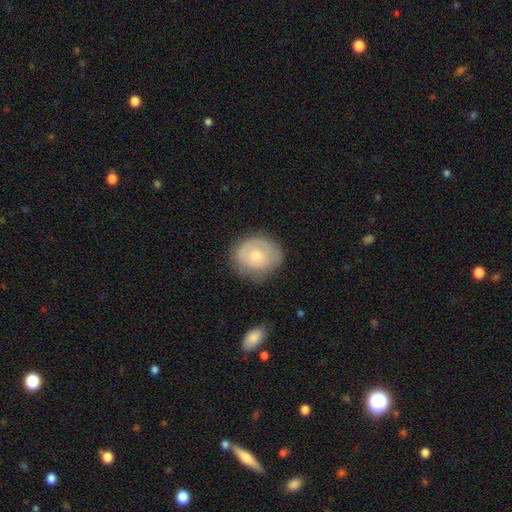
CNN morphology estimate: Overall: smooth (54%; featured or disk 39%). How rounded: round (67%; in between 33%). Merging: none (70%).